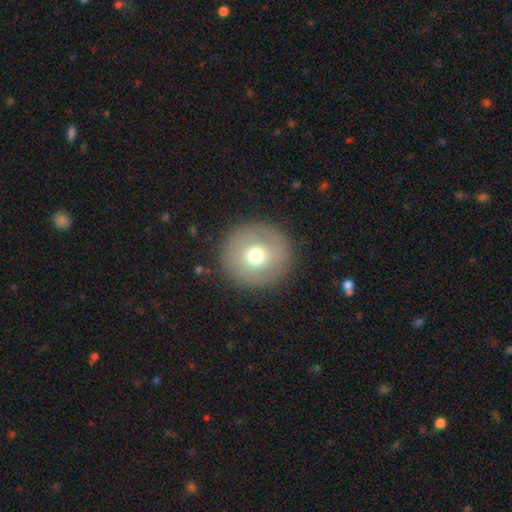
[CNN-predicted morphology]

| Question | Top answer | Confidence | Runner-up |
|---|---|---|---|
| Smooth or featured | smooth | 68% | featured or disk (21%) |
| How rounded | round | 96% | in between (3%) |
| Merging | none | 90% | minor disturbance (6%) |